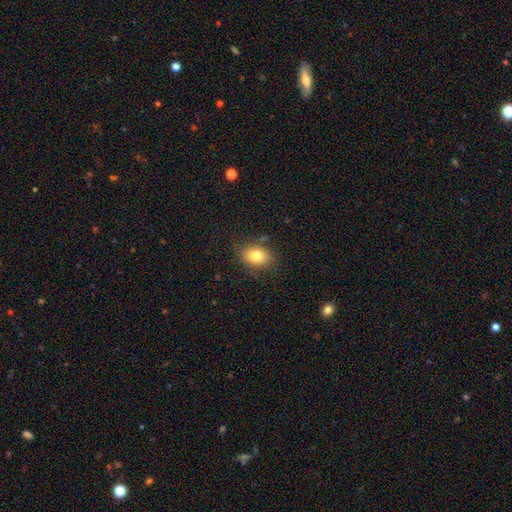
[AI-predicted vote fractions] This is likely a smooth galaxy (79%). How rounded: likely in between (61%). Merging: clearly none (80%).